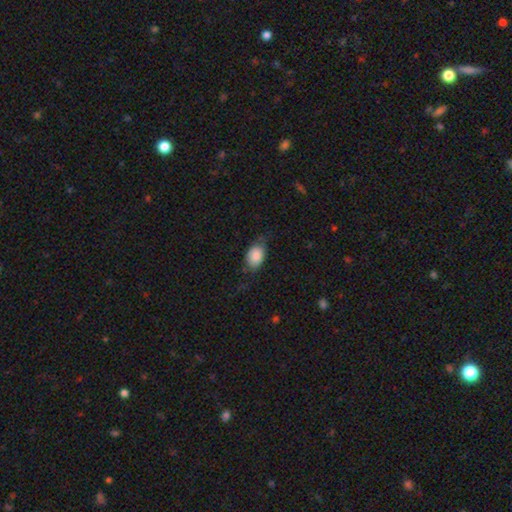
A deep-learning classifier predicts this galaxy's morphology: smooth 84%, featured or disk 9%, star or artifact 7%. Down the decision tree: how rounded — in between (83%); merging — none (59%).